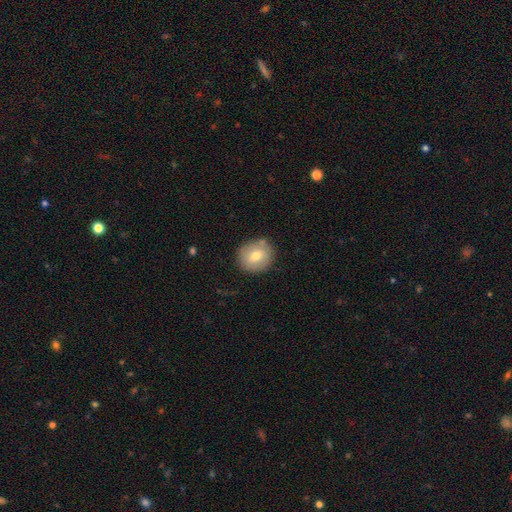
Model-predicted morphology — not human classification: A smooth galaxy with no disk features (72%) that is round (86%). Merging: none (80%).